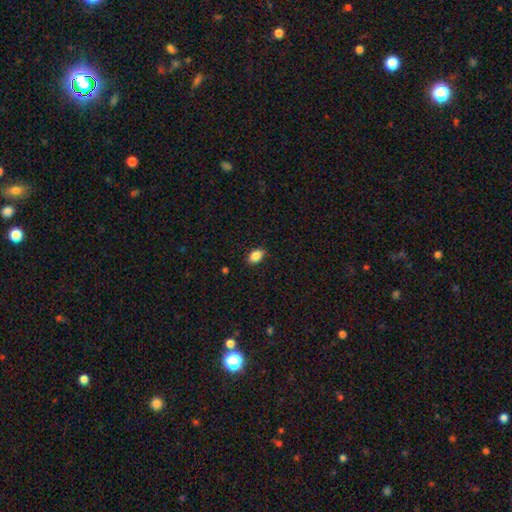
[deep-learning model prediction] Q: Smooth or featured?
A: smooth (86%); runner-up: star or artifact (8%)
Q: How rounded?
A: in between (84%); runner-up: round (14%)
Q: Merging?
A: none (83%); runner-up: minor disturbance (13%)